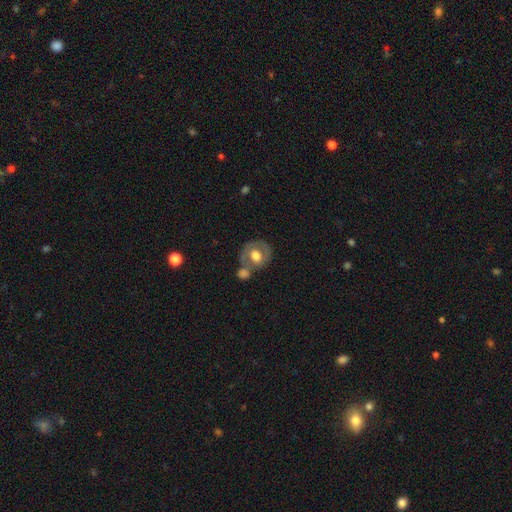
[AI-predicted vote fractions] Morphology: type=featured or disk (49%); merging=none (49%).